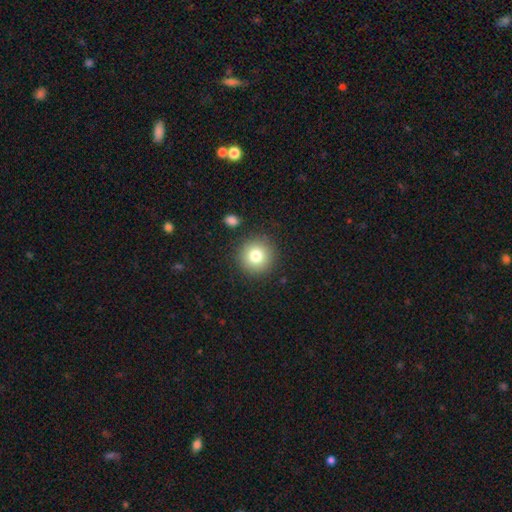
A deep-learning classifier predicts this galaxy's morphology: smooth_or_featured: smooth (p=0.79) [alt: star or artifact p=0.11]
how_rounded: round (p=0.94) [alt: in between p=0.05]
merging: none (p=0.88) [alt: minor disturbance p=0.07]